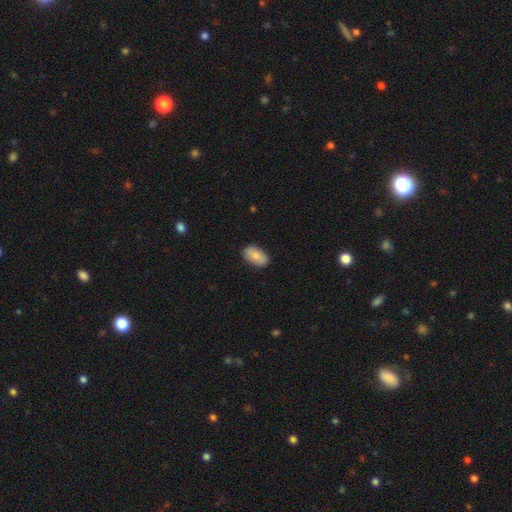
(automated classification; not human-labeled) Smooth or featured? Predicted: smooth (p=0.78). How rounded? Predicted: in between (p=0.93). Merging? Predicted: none (p=0.86).